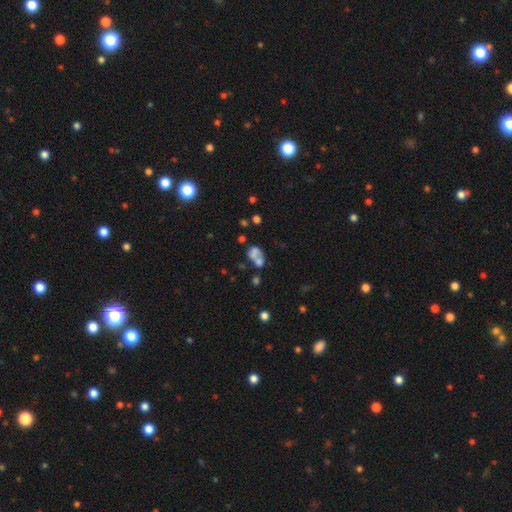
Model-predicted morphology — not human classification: Smooth or featured?
  - smooth: 60% *
  - featured or disk: 27%
  - star or artifact: 13%
How rounded?
  - in between: 59% *
  - round: 40%
  - cigar-shaped: 2%
Merging?
  - merger: 60% *
  - none: 21%
  - minor disturbance: 10%
  - major disturbance: 10%